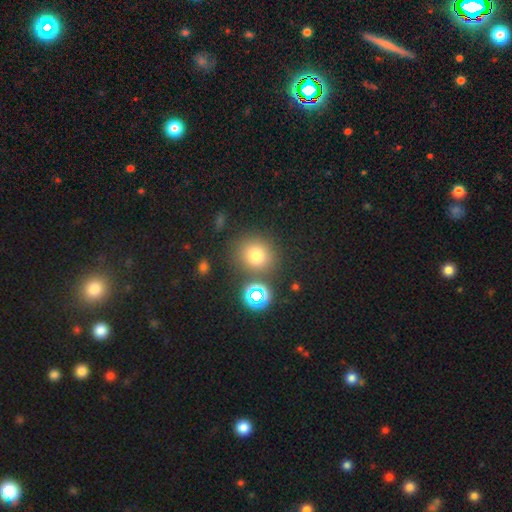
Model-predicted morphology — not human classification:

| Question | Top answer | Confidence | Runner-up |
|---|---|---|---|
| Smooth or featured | smooth | 73% | star or artifact (18%) |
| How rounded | round | 87% | in between (12%) |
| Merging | none | 78% | minor disturbance (9%) |